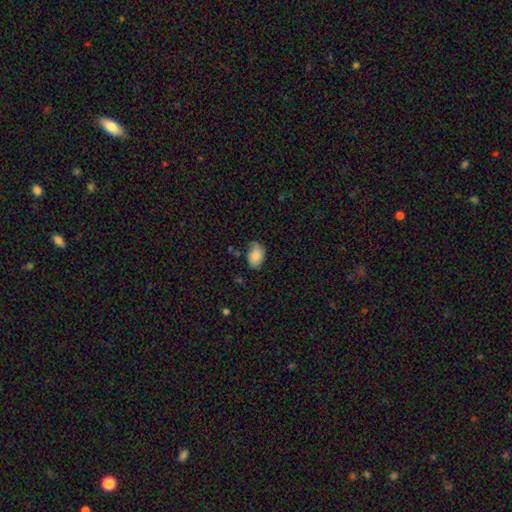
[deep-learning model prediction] Smooth or featured? smooth (78%)
How rounded? in between (84%)
Merging? none (54%)